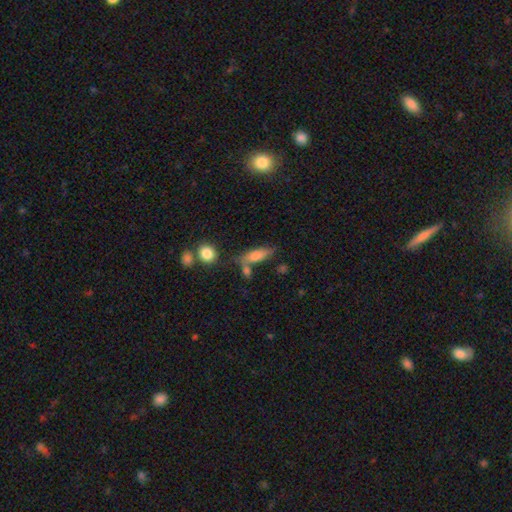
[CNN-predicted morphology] Smooth or featured? smooth (73%)
How rounded? in between (58%)
Merging? none (55%)